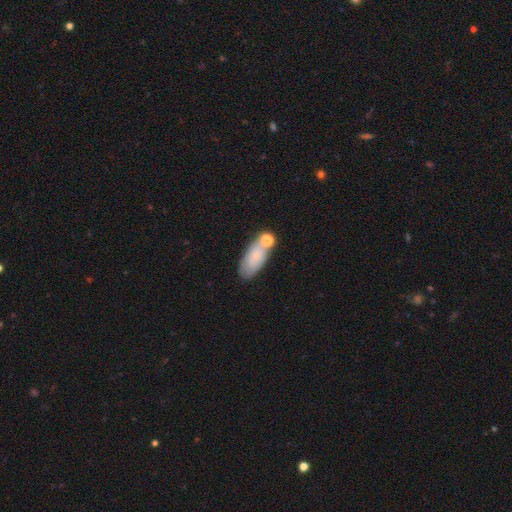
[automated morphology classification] Smooth or featured? Predicted: smooth (p=0.71). How rounded? Predicted: in between (p=0.85). Merging? Predicted: none (p=0.55).